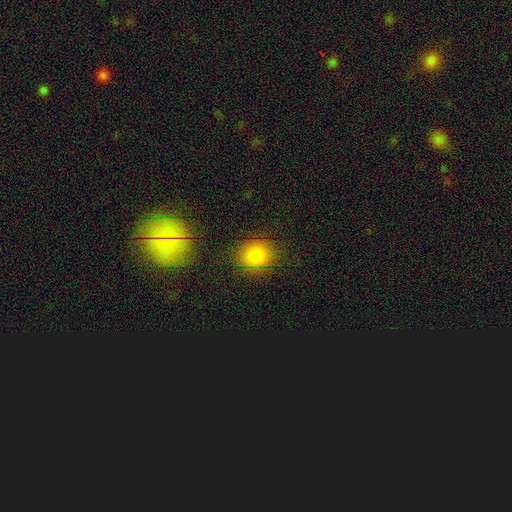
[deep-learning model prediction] A smooth galaxy with no disk features (82%) that is round (69%). Merging: none (84%).